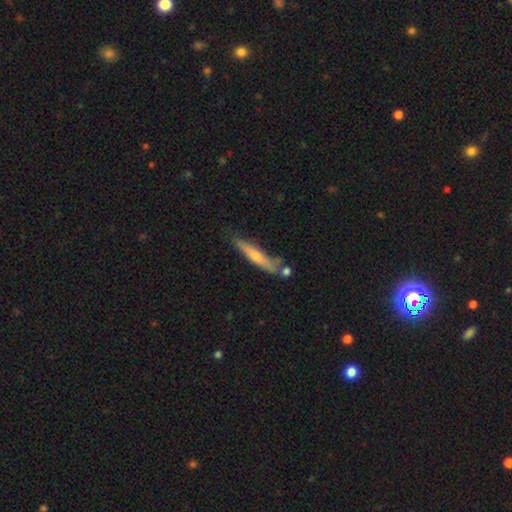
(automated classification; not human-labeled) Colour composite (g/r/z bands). It shows a smooth galaxy with no disk features (49%). Merging: none (69%).